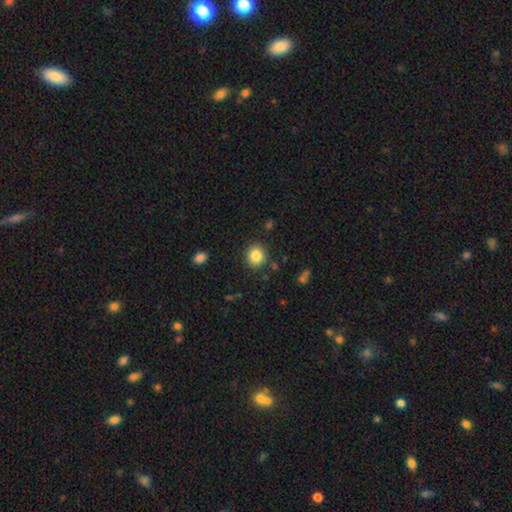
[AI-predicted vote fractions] smooth 85%, star or artifact 10%, featured or disk 6%. Down the decision tree: how rounded — round (86%); merging — none (88%).